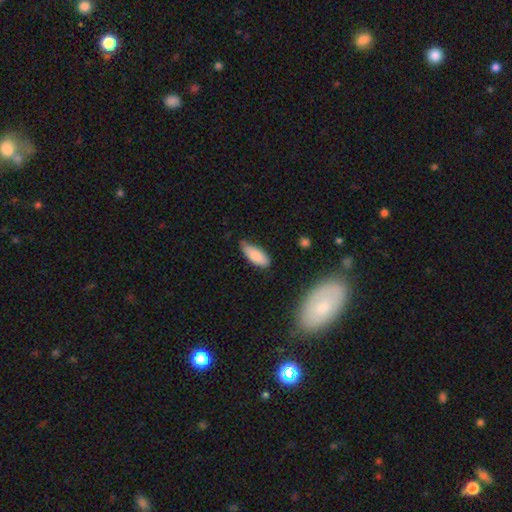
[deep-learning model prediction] Overall: smooth (81%). How rounded: in between (75%). Merging: none (62%; minor disturbance 31%).